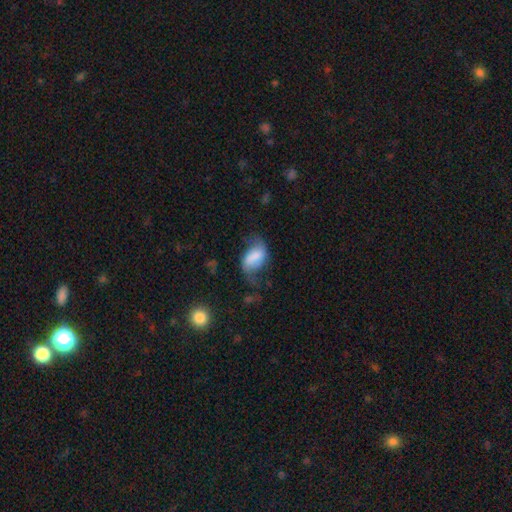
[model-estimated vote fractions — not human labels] This appears to be a smooth galaxy with no disk features (51%) that is in between round and cigar-shaped (88%). Merging: none (40%).